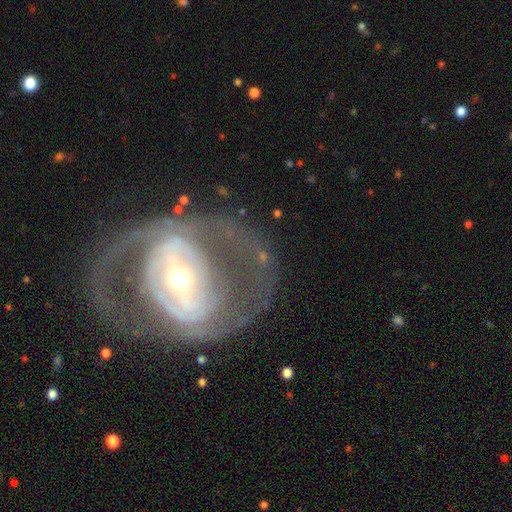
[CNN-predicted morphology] Q: Smooth or featured?
A: featured or disk (81%); runner-up: smooth (11%)
Q: Edge-on disk?
A: no (94%); runner-up: yes (6%)
Q: Bar?
A: strong (46%); runner-up: weak (29%)
Q: Spiral arms?
A: yes (65%); runner-up: no (35%)
Q: Bulge size?
A: small (56%); runner-up: moderate (36%)
Q: Merging?
A: none (60%); runner-up: major disturbance (24%)